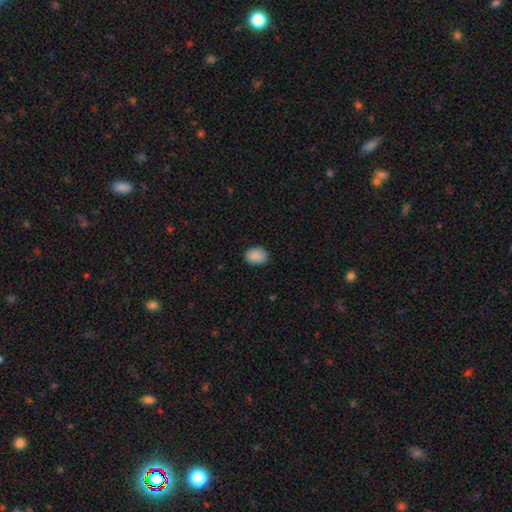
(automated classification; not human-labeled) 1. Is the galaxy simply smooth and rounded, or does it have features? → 89% smooth, 7% star or artifact, 3% featured or disk.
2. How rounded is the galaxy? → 64% in between, 35% round, 1% cigar-shaped.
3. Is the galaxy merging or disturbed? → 85% none, 12% minor disturbance, 2% major disturbance, 1% merger.